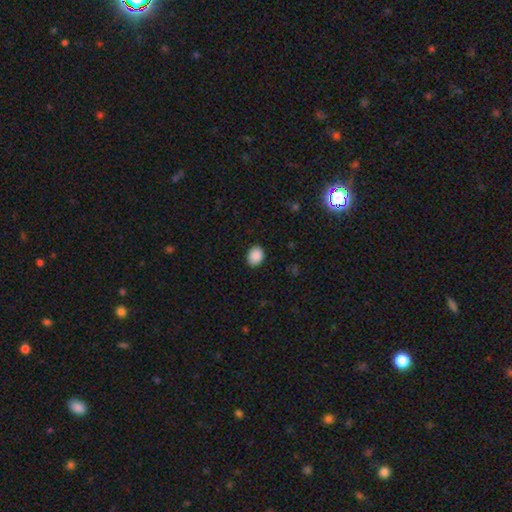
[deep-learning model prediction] This is clearly a smooth galaxy (90%). How rounded: possibly in between (57%). Merging: clearly none (89%).